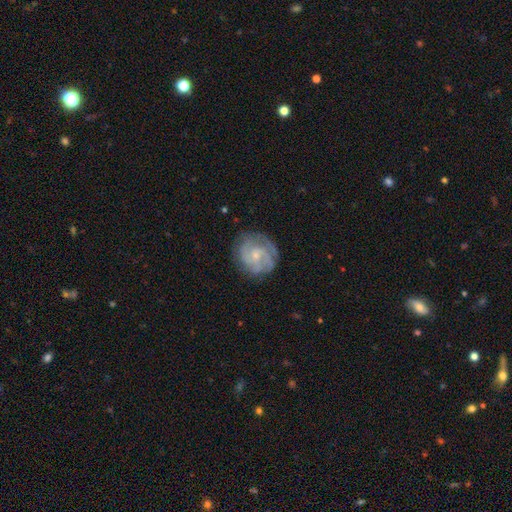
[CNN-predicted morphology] Smooth or featured? Predicted: featured or disk (p=0.78). Edge-on disk? Predicted: no (p=0.98). Bar? Predicted: no (p=0.68). Spiral arms? Predicted: yes (p=0.94). Spiral winding? Predicted: tight (p=0.55). Spiral arm count? Predicted: 3 (p=0.28, tied with 2). Bulge size? Predicted: small (p=0.67). Merging? Predicted: none (p=0.75).